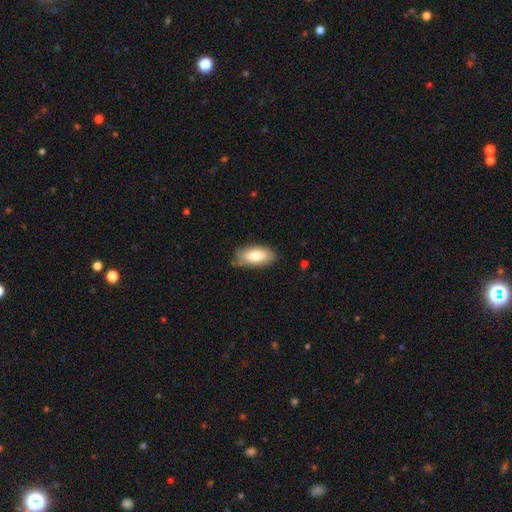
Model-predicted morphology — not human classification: This is clearly a smooth galaxy (80%). How rounded: clearly in between (91%). Merging: likely none (76%).